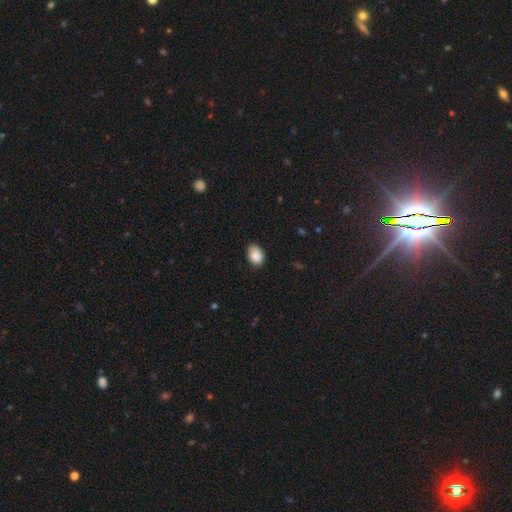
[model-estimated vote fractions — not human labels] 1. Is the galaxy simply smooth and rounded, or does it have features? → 88% smooth, 7% star or artifact, 5% featured or disk.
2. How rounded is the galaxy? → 81% in between, 18% round, 1% cigar-shaped.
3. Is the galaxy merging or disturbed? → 80% none, 17% minor disturbance, 3% major disturbance, 1% merger.